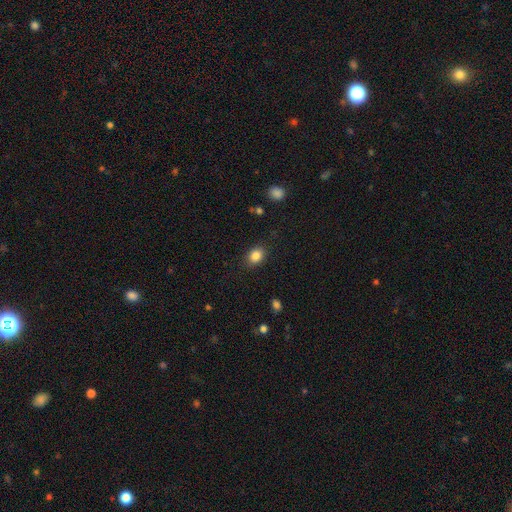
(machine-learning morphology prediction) smooth_or_featured: smooth (p=0.85) [alt: star or artifact p=0.09]
how_rounded: in between (p=0.58) [alt: round p=0.40]
merging: none (p=0.86) [alt: minor disturbance p=0.10]